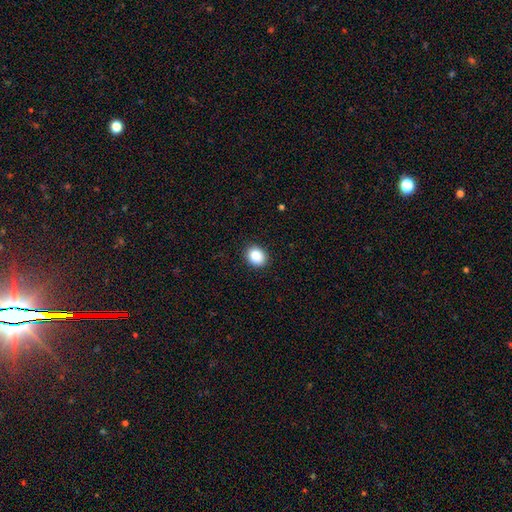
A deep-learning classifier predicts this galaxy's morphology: This appears to be a smooth galaxy with no disk features (85%) that is round (62%). Merging: none (90%).